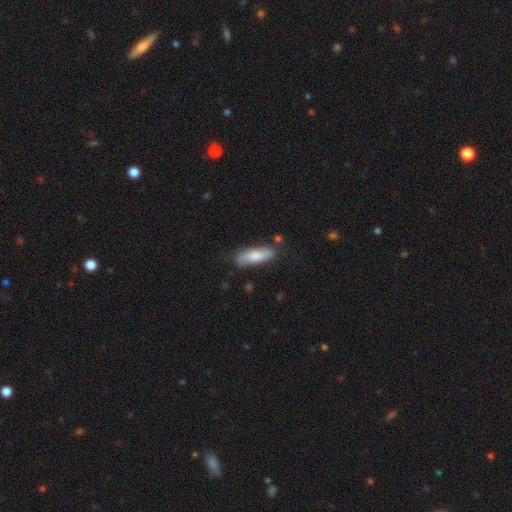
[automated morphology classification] Overall: smooth (78%). How rounded: in between (55%; cigar-shaped 44%). Merging: none (78%).